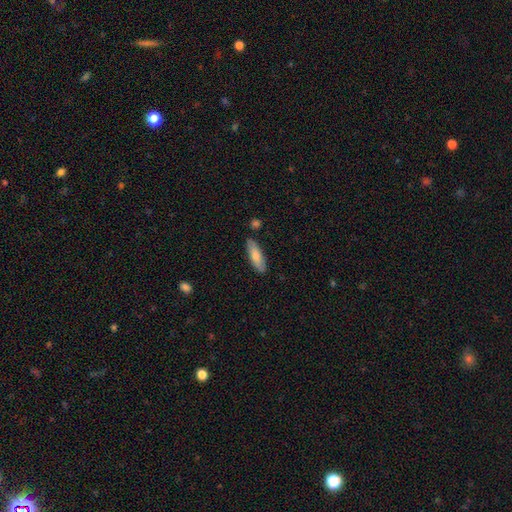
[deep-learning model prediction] smooth_or_featured: smooth (p=0.69) [alt: featured or disk p=0.25]
how_rounded: in between (p=0.53) [alt: cigar-shaped p=0.45]
merging: none (p=0.86) [alt: minor disturbance p=0.10]